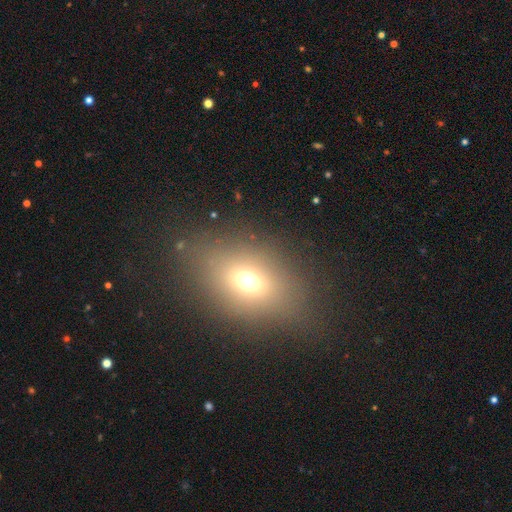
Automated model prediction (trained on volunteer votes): Smooth or featured? smooth (62%)
How rounded? in between (74%)
Merging? none (84%)